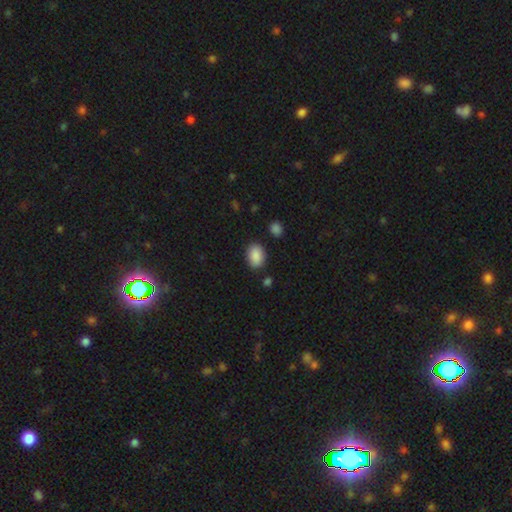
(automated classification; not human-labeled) This is clearly a smooth galaxy (89%). How rounded: clearly in between (82%). Merging: clearly none (84%).